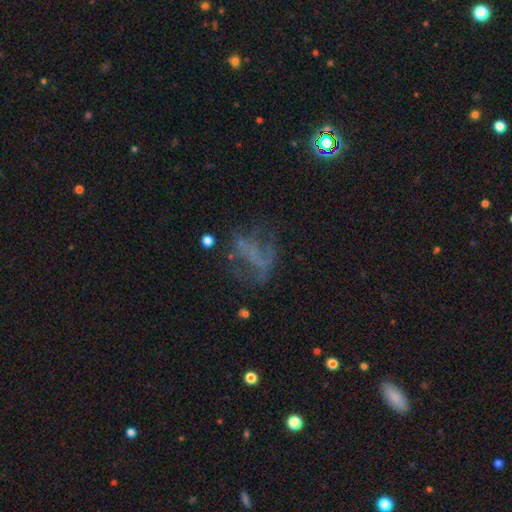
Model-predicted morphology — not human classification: The model was most divided on "merging": none: 42%, major disturbance: 35%, minor disturbance: 18%, merger: 4%. Remaining: smooth or featured — featured or disk (47%).